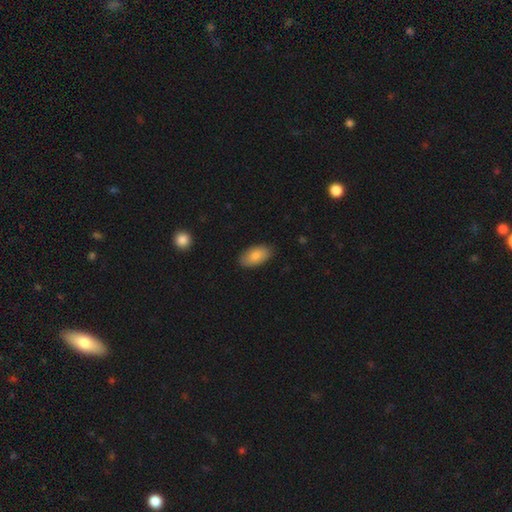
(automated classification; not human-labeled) Smooth or featured?
  - smooth: 84% *
  - featured or disk: 10%
  - star or artifact: 6%
How rounded?
  - in between: 95% *
  - round: 3%
  - cigar-shaped: 2%
Merging?
  - none: 85% *
  - minor disturbance: 12%
  - major disturbance: 2%
  - merger: 1%